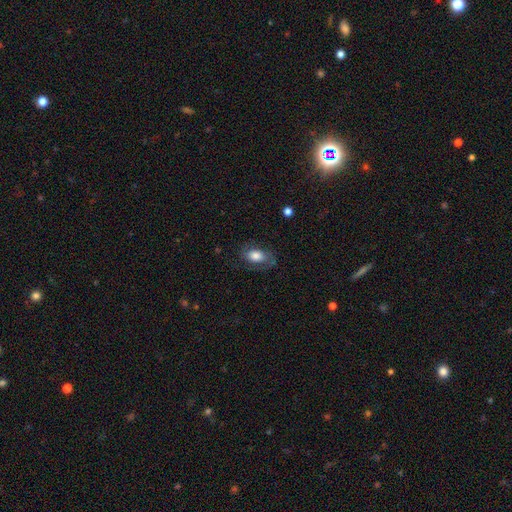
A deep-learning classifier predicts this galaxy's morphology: smooth 62%, featured or disk 30%, star or artifact 8%. Down the decision tree: how rounded — in between (87%); merging — none (67%).